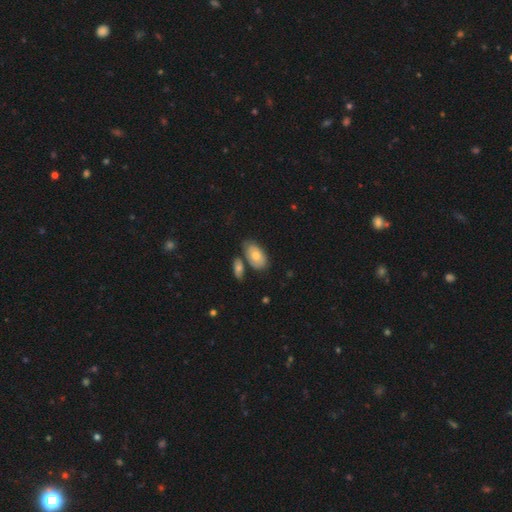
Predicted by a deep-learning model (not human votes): Smooth or featured: smooth — 69% (featured or disk — 24%)
How rounded: in between — 92% (round — 6%)
Merging: none — 61% (merger — 18%)